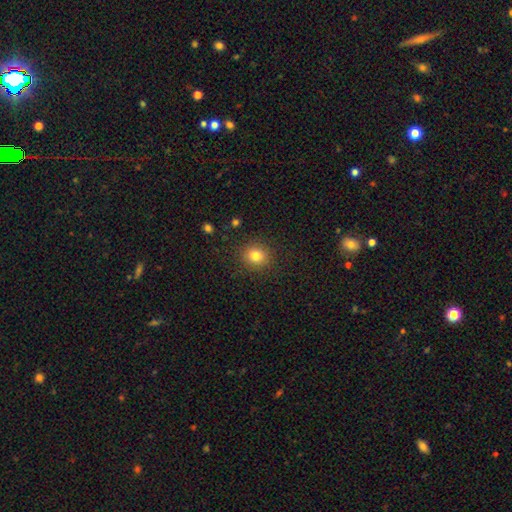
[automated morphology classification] Smooth or featured? Predicted: smooth (p=0.81). How rounded? Predicted: round (p=0.83). Merging? Predicted: none (p=0.89).